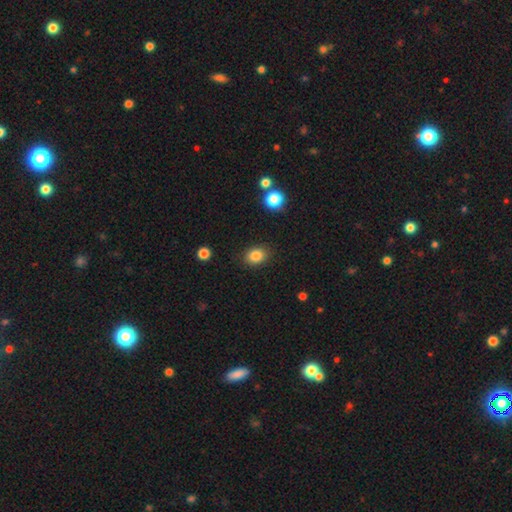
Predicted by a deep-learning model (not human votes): Morphology: type=smooth (84%); roundness=in between (57%); merging=none (87%).